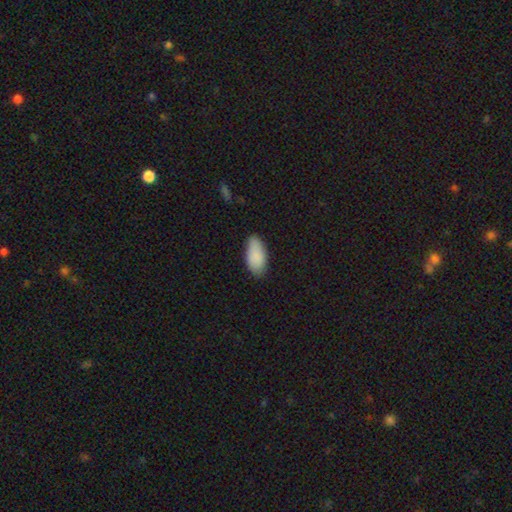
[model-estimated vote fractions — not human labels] The model was most divided on "merging": none: 76%, minor disturbance: 20%, major disturbance: 3%, merger: 1%. More confident: how rounded — in between (92%); smooth or featured — smooth (88%).